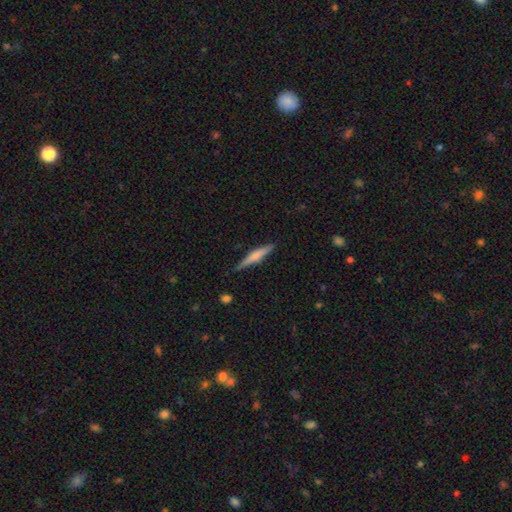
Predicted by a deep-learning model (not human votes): Smooth or featured?
  - smooth: 48% *
  - featured or disk: 46%
  - star or artifact: 6%
Merging?
  - none: 85% *
  - minor disturbance: 12%
  - major disturbance: 2%
  - merger: 2%